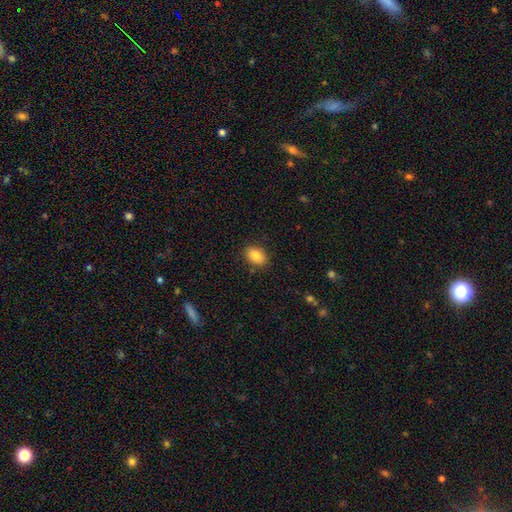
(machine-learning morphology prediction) A smooth galaxy with no disk features (85%) that is in between round and cigar-shaped (84%).

Vote fractions:
- Smooth or featured? smooth: 85% / star or artifact: 8% / featured or disk: 7%
- How rounded? in between: 84% / round: 15% / cigar-shaped: 1%
- Merging? none: 86% / minor disturbance: 10% / major disturbance: 2% / merger: 1%